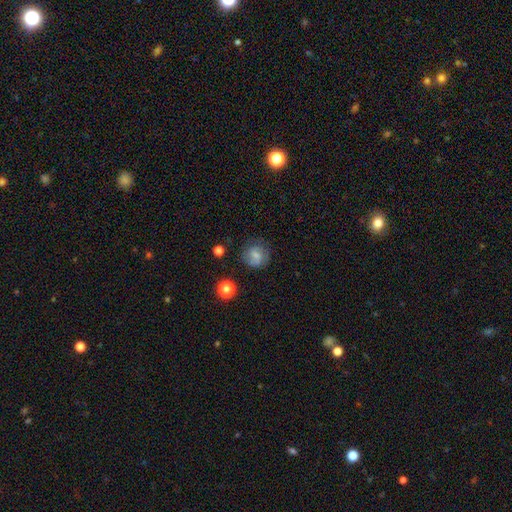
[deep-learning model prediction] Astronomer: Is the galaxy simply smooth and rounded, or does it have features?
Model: smooth — 61%.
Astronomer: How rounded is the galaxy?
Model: round — 84%.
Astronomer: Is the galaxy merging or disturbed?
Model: none — 72%.